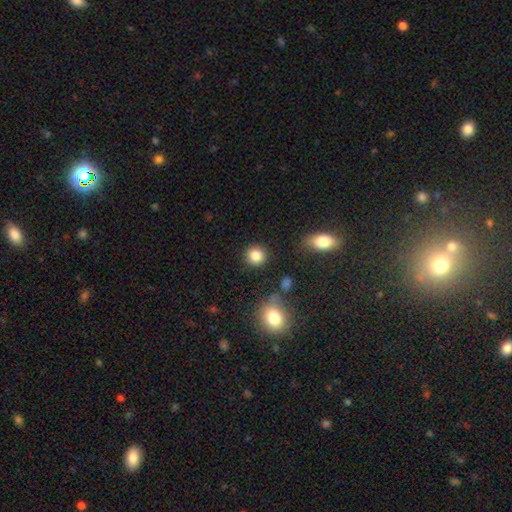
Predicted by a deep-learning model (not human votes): Smooth or featured?
  - smooth: 85% *
  - star or artifact: 10%
  - featured or disk: 5%
How rounded?
  - round: 91% *
  - in between: 8%
  - cigar-shaped: 1%
Merging?
  - none: 89% *
  - minor disturbance: 6%
  - major disturbance: 2%
  - merger: 2%